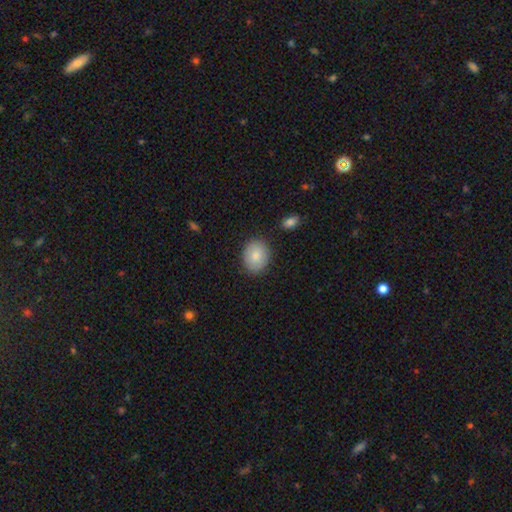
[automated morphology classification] This is clearly a smooth galaxy (83%). How rounded: possibly in between (52%). Merging: clearly none (85%).